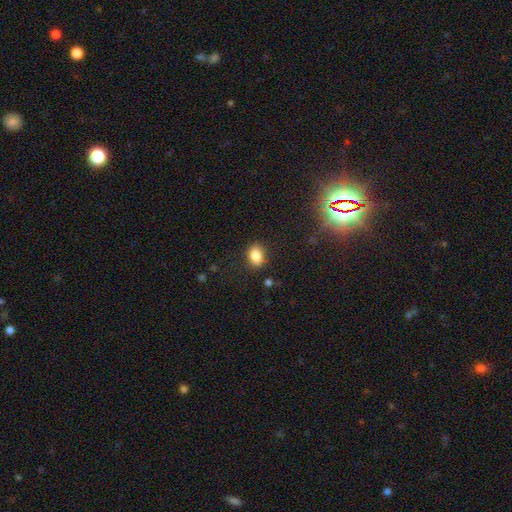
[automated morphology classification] The model was most divided on "how rounded": in between: 75%, round: 23%, cigar-shaped: 2%. More confident: merging — none (85%); smooth or featured — smooth (84%).